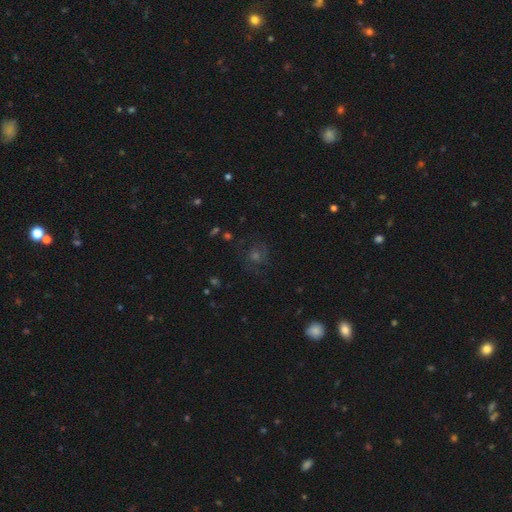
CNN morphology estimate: type=star or artifact (36%, tied with smooth).